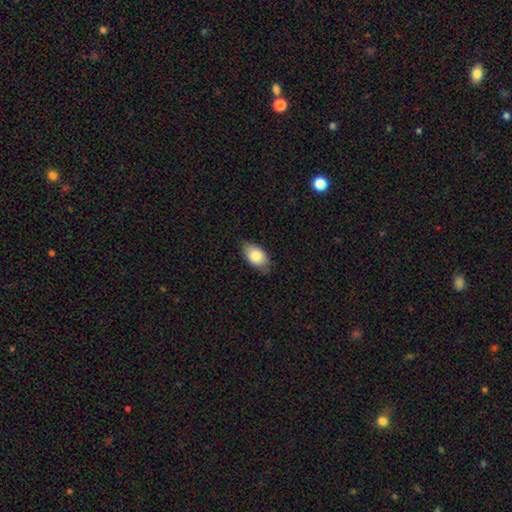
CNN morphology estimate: Smooth or featured: smooth — 83% (featured or disk — 11%)
How rounded: in between — 91% (round — 7%)
Merging: none — 76% (minor disturbance — 20%)